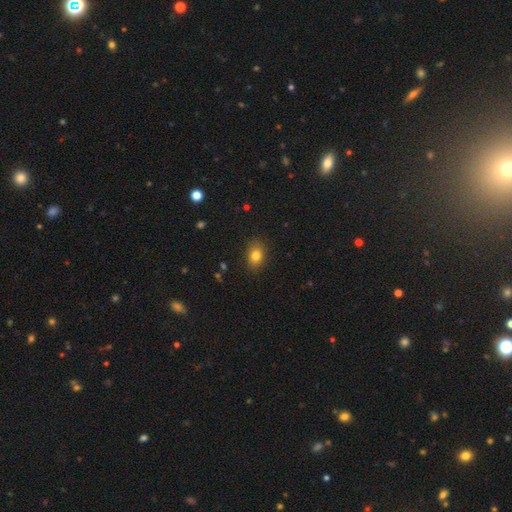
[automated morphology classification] This appears to be a smooth galaxy with no disk features (81%) that is in between round and cigar-shaped (66%). Merging: none (86%).